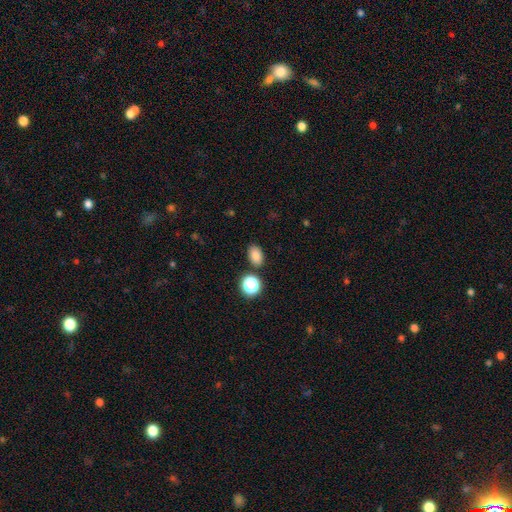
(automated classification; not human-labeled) Overall: smooth (82%). How rounded: in between (81%). Merging: none (84%).